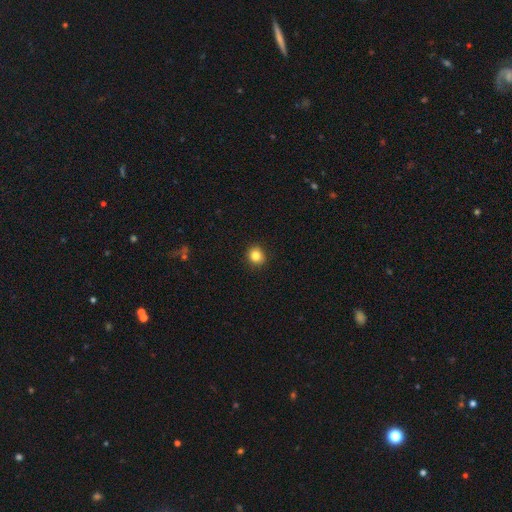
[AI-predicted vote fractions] Smooth or featured?
  - smooth: 83% *
  - star or artifact: 11%
  - featured or disk: 6%
How rounded?
  - round: 86% *
  - in between: 13%
  - cigar-shaped: 1%
Merging?
  - none: 92% *
  - minor disturbance: 6%
  - major disturbance: 2%
  - merger: 1%